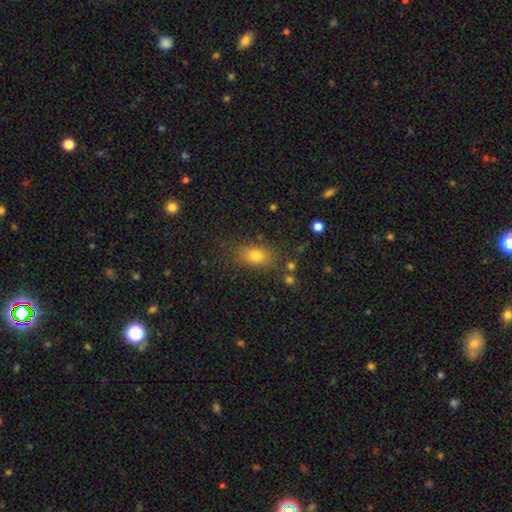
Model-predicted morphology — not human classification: A smooth galaxy with no disk features (78%) that is in between round and cigar-shaped (76%). Merging: none (77%).